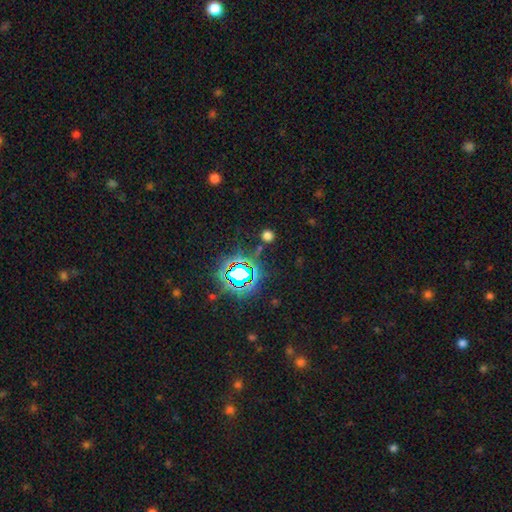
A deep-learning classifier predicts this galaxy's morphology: Smooth or featured?
  - star or artifact: 80% *
  - smooth: 12%
  - featured or disk: 8%